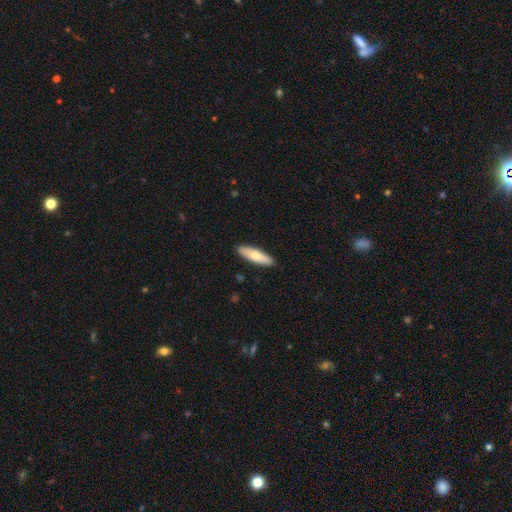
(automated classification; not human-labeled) A smooth galaxy with no disk features (67%) that is cigar-shaped (58%). Merging: none (90%).